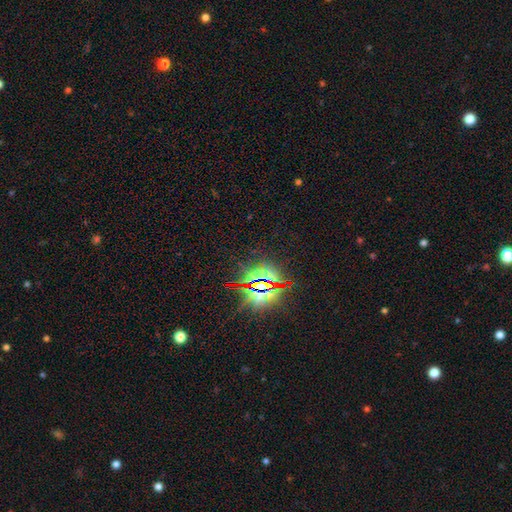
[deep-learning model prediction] Smooth or featured: star or artifact — 83% (smooth — 9%)